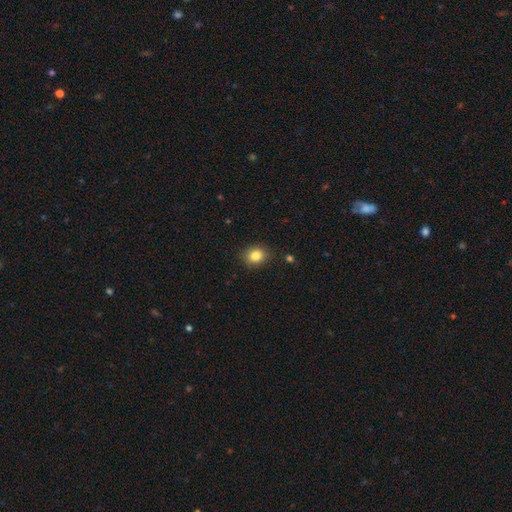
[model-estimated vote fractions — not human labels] smooth 84%, star or artifact 10%, featured or disk 6%. Down the decision tree: how rounded — round (61%); merging — none (85%).